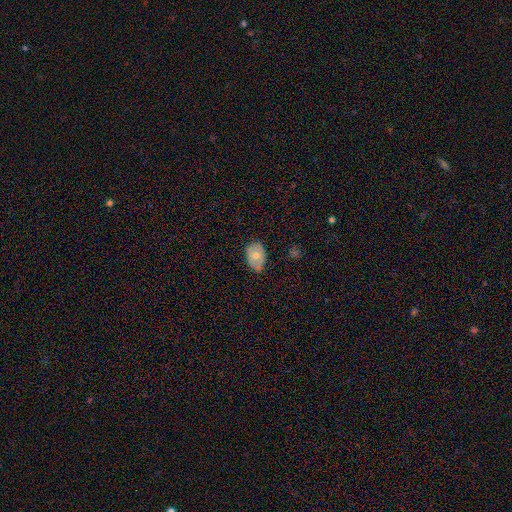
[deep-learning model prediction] smooth_or_featured: smooth (p=0.65) [alt: featured or disk p=0.28]
how_rounded: in between (p=0.84) [alt: round p=0.15]
merging: none (p=0.64) [alt: minor disturbance p=0.30]